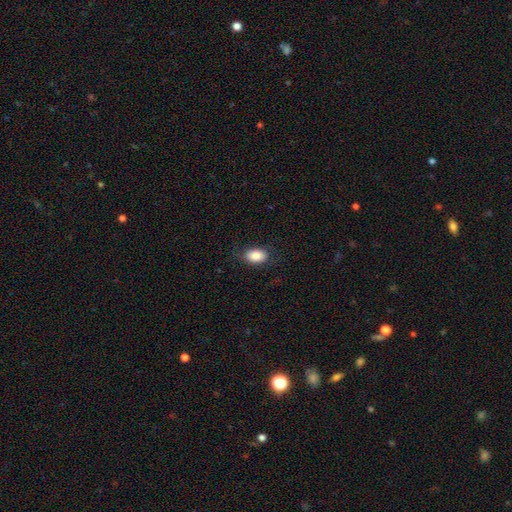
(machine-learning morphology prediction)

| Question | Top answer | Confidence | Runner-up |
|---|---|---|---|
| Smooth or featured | smooth | 86% | star or artifact (7%) |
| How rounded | in between | 88% | round (10%) |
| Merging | none | 79% | minor disturbance (15%) |